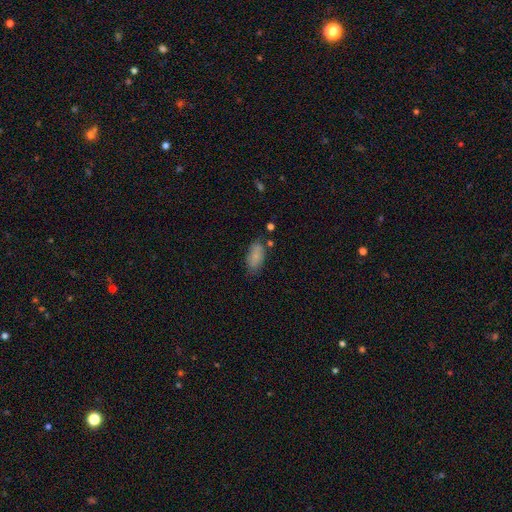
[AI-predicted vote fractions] Smooth or featured: smooth — 81% (featured or disk — 12%)
How rounded: in between — 92% (cigar-shaped — 5%)
Merging: none — 69% (minor disturbance — 20%)